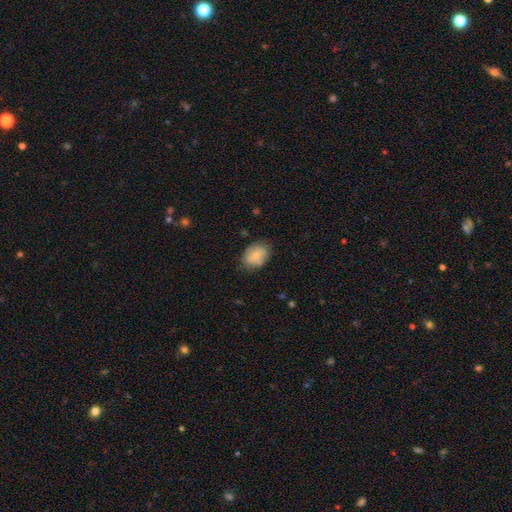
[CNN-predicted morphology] smooth-or-featured: smooth: 75% | featured or disk: 18% | star or artifact: 8%
  how-rounded: in between: 67% | round: 32% | cigar-shaped: 1%
  merging: none: 71% | minor disturbance: 22% | major disturbance: 5% | merger: 2%